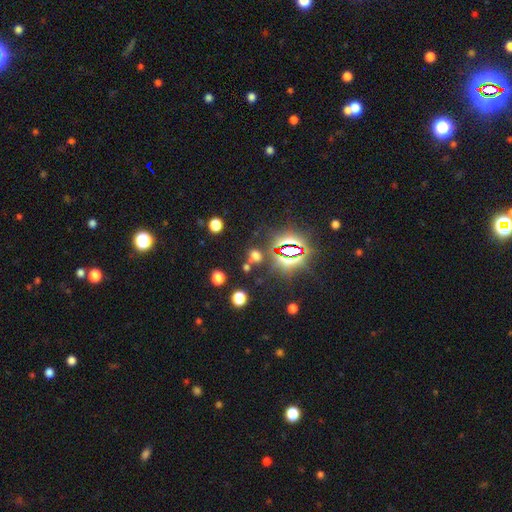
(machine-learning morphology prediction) A star or artifact, not a galaxy (50%).